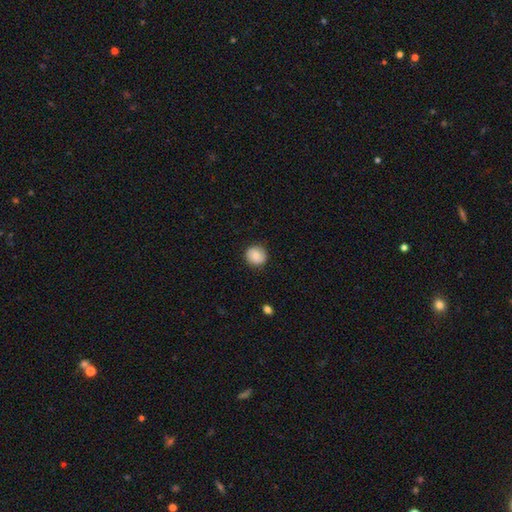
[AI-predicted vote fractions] Smooth or featured? smooth (84%)
How rounded? round (90%)
Merging? none (88%)